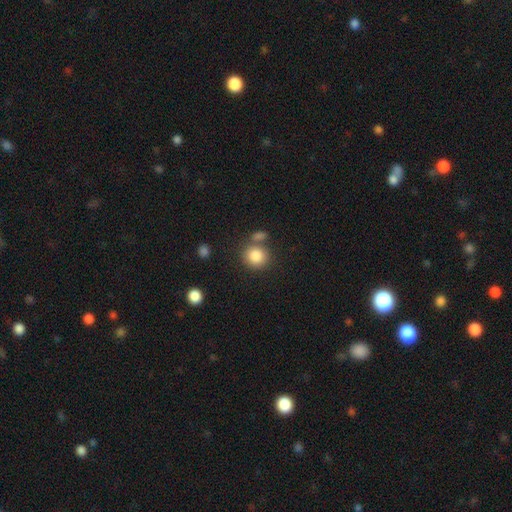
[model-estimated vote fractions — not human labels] smooth_or_featured: smooth (p=0.84) [alt: star or artifact p=0.09]
how_rounded: round (p=0.82) [alt: in between p=0.17]
merging: none (p=0.64) [alt: merger p=0.20]